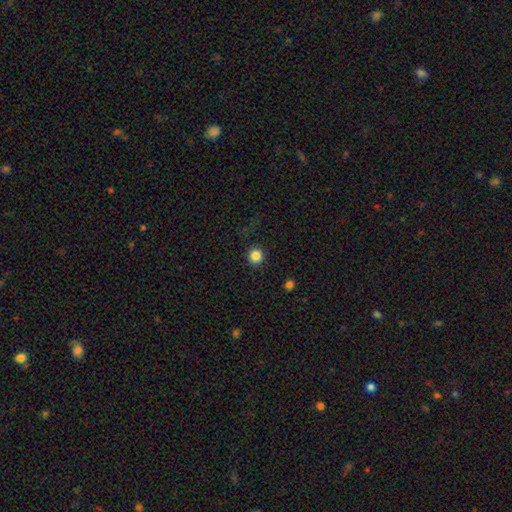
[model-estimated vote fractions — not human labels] Smooth or featured: smooth — 85% (star or artifact — 11%)
How rounded: round — 94% (in between — 5%)
Merging: none — 89% (minor disturbance — 7%)